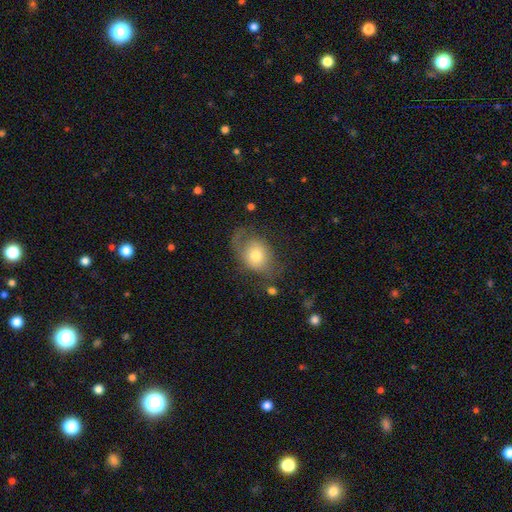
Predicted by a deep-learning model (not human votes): Morphology: type=smooth (59%); roundness=in between (56%); merging=none (41%).